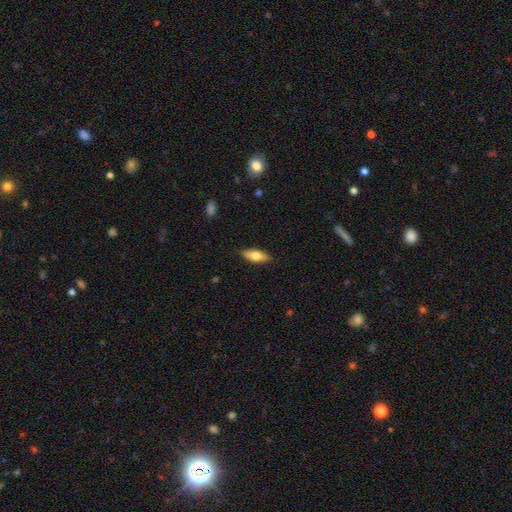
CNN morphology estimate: type=smooth (63%); roundness=in between (69%); merging=none (86%).